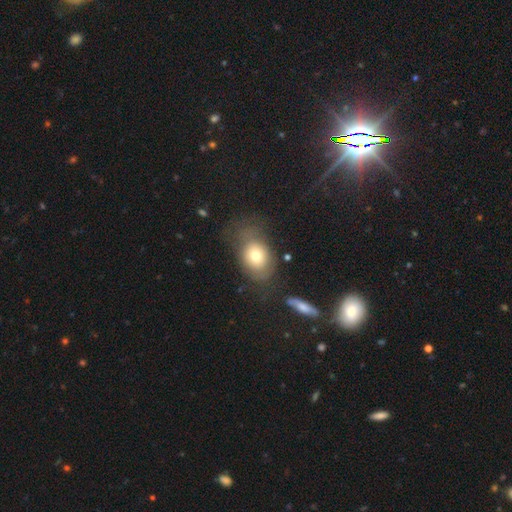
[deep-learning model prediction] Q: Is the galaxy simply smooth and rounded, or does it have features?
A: smooth — 70%.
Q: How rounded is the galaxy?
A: in between — 68%.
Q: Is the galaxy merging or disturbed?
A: none — 49%.